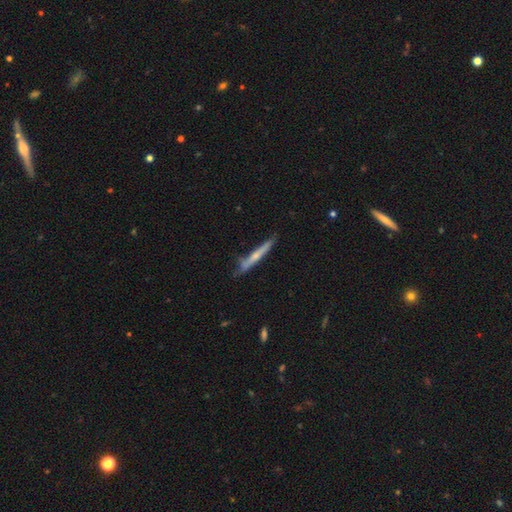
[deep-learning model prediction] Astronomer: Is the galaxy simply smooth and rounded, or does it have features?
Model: featured or disk — 51% (runner-up: smooth, 43%).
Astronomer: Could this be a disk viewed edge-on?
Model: yes — 92%.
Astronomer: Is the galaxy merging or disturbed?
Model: none — 70%.